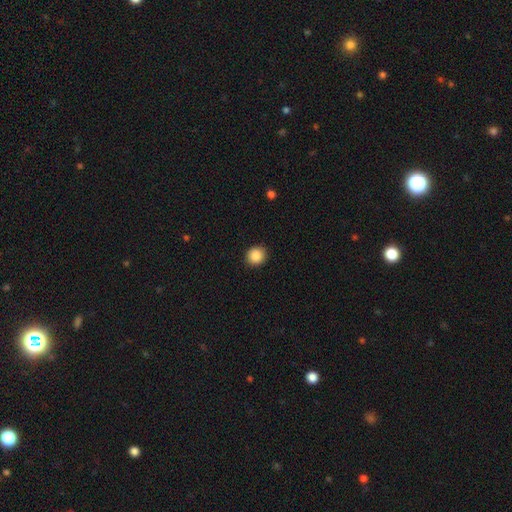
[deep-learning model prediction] smooth 88%, star or artifact 9%, featured or disk 3%. Down the decision tree: how rounded — round (88%); merging — none (91%).